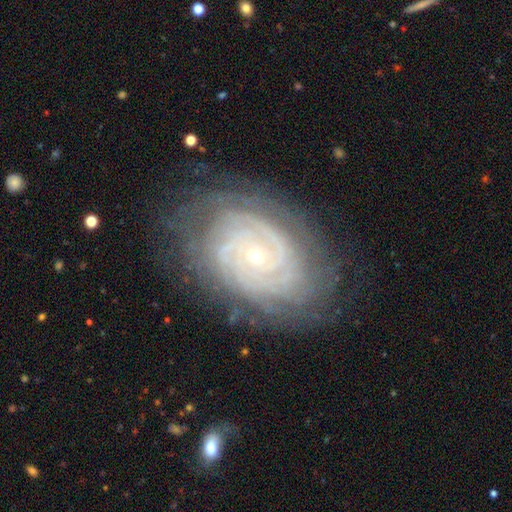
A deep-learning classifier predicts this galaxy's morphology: Smooth or featured? Predicted: featured or disk (p=0.88). Edge-on disk? Predicted: no (p=0.97). Bar? Predicted: no (p=0.74). Spiral arms? Predicted: yes (p=0.98). Spiral winding? Predicted: tight (p=0.82). Spiral arm count? Predicted: can't tell (p=0.25). Bulge size? Predicted: small (p=0.80). Merging? Predicted: none (p=0.78).